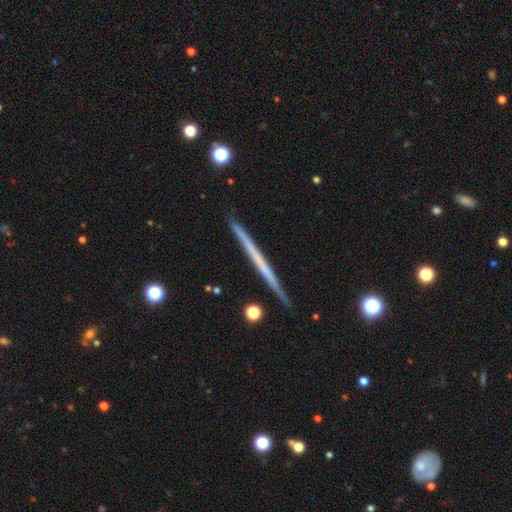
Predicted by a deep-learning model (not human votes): Smooth or featured? Predicted: featured or disk (p=0.61). Edge-on disk? Predicted: yes (p=0.98). Edge-on bulge? Predicted: none (p=0.91). Merging? Predicted: none (p=0.92).